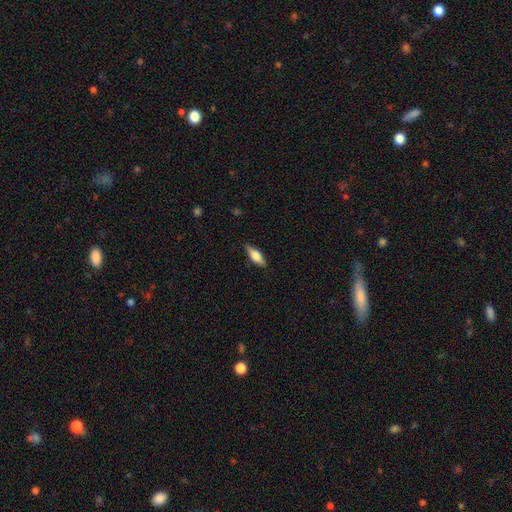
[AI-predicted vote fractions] Smooth or featured?
  - smooth: 62% *
  - featured or disk: 32%
  - star or artifact: 7%
How rounded?
  - in between: 62% *
  - cigar-shaped: 35%
  - round: 3%
Merging?
  - none: 85% *
  - minor disturbance: 11%
  - major disturbance: 2%
  - merger: 1%